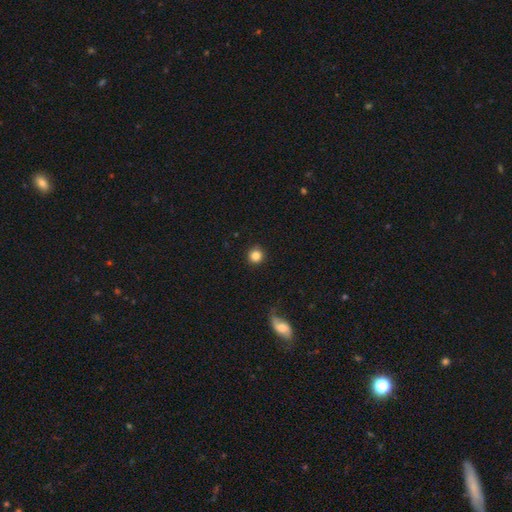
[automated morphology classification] type=smooth (85%); roundness=round (94%); merging=none (92%).